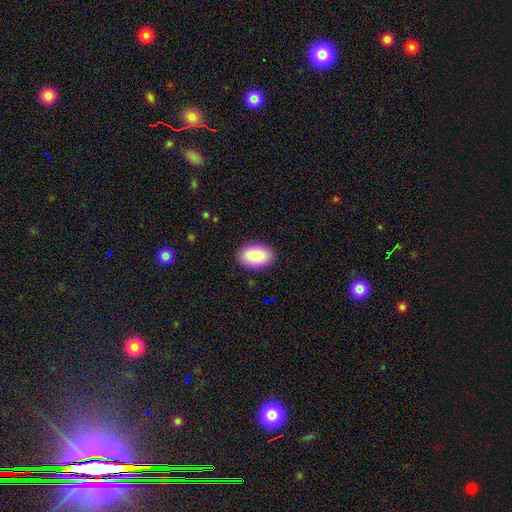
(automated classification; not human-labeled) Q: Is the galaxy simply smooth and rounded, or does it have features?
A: smooth — 89%.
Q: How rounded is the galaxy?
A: in between — 91%.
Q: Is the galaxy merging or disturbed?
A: none — 89%.